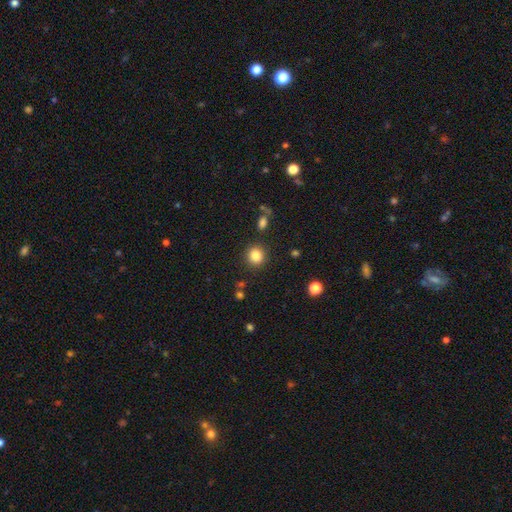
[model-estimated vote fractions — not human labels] A smooth galaxy with no disk features (84%) that is round (88%). Merging: none (87%).